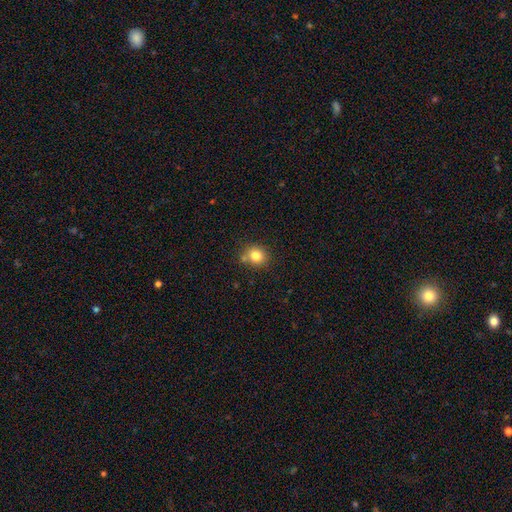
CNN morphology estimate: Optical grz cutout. It shows a smooth galaxy with no disk features (82%) that is round (83%). Merging: none (73%).